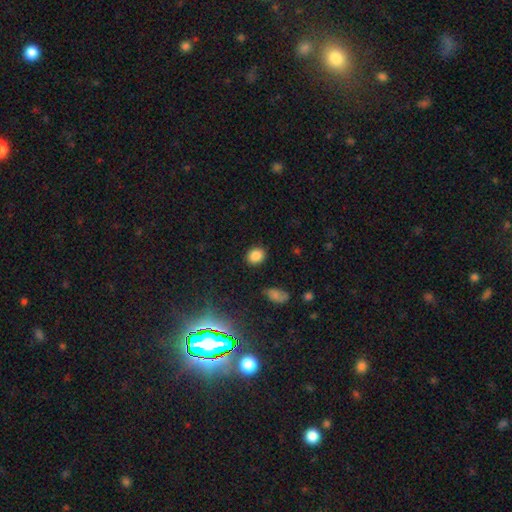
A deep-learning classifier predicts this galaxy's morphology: A smooth galaxy with no disk features (84%) that is round (62%). Merging: none (87%).